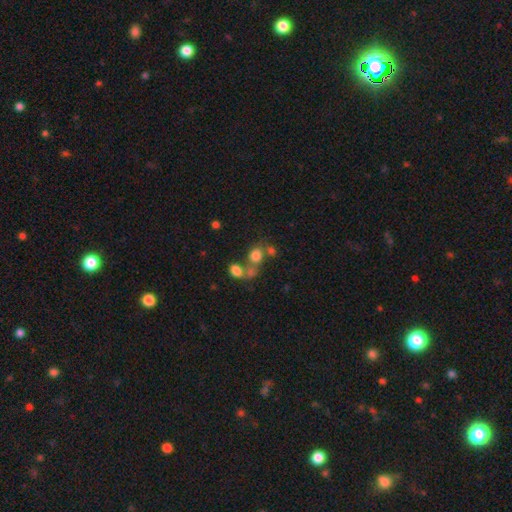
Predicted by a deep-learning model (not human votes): smooth_or_featured: smooth (p=0.75) [alt: star or artifact p=0.14]
how_rounded: round (p=0.68) [alt: in between p=0.31]
merging: none (p=0.44) [alt: merger p=0.39]